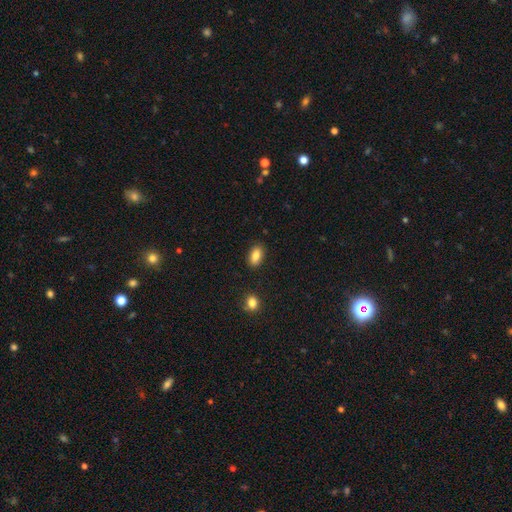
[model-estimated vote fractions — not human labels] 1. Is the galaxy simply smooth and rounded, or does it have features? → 85% smooth, 8% star or artifact, 7% featured or disk.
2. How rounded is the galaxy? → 90% in between, 6% round, 4% cigar-shaped.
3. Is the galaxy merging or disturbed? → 87% none, 9% minor disturbance, 2% major disturbance, 2% merger.